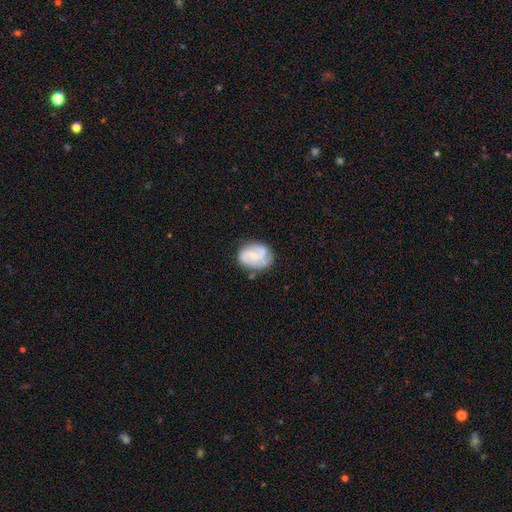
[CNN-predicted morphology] type=featured or disk (72%); edge-on=no (98%); bar=no (56%); spiral arms=yes (91%); winding=medium (47%); arm count=2 (51%); bulge=small (60%); merging=none (67%).